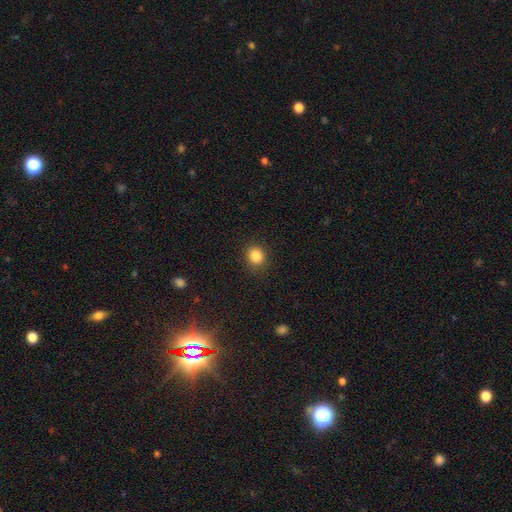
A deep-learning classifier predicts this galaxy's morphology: Overall: smooth (85%). How rounded: round (71%). Merging: none (87%).